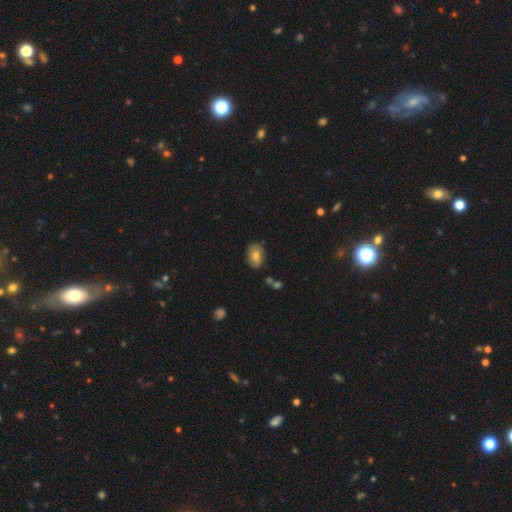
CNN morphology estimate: A smooth galaxy with no disk features (69%) that is in between round and cigar-shaped (80%). Merging: none (75%).